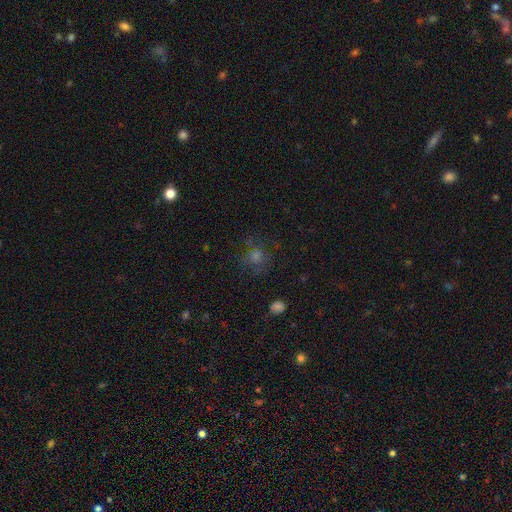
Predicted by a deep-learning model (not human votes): This appears to be a smooth galaxy with no disk features (51%) that is round (85%). Merging: none (73%).